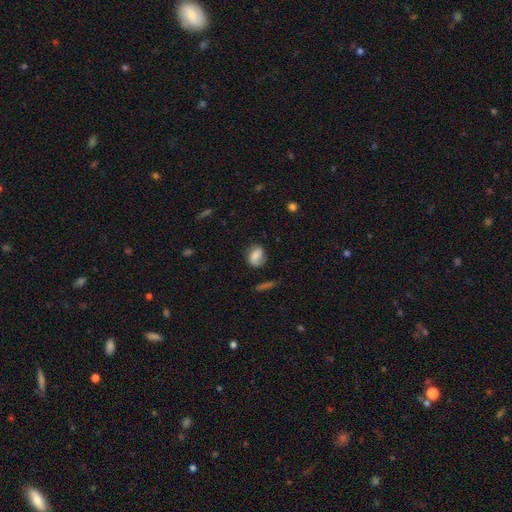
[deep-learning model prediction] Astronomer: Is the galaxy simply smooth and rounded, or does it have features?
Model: smooth — 64%.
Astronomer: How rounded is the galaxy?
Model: in between — 62%.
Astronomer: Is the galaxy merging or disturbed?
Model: none — 64%.